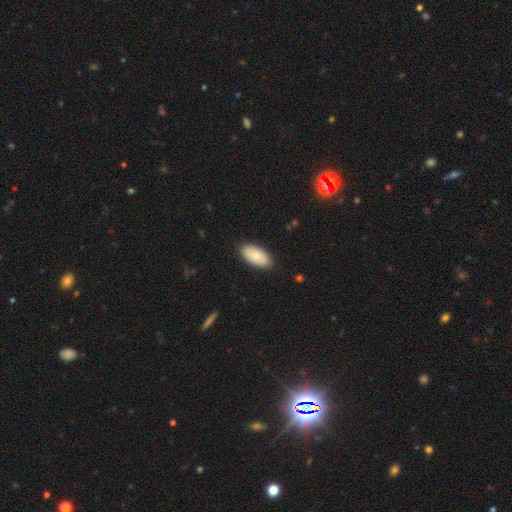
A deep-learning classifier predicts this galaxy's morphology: Q: Smooth or featured?
A: smooth (85%); runner-up: featured or disk (10%)
Q: How rounded?
A: in between (94%); runner-up: cigar-shaped (4%)
Q: Merging?
A: none (88%); runner-up: minor disturbance (10%)